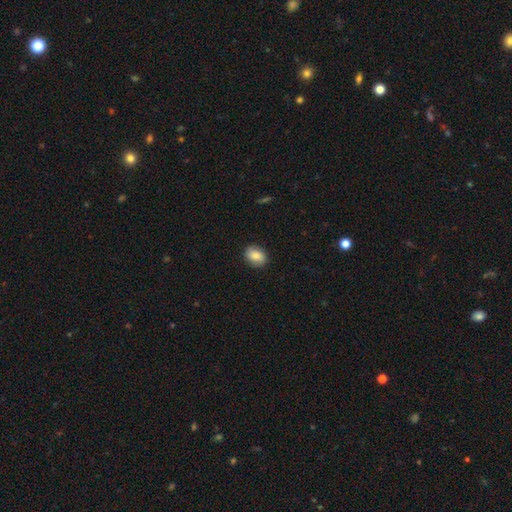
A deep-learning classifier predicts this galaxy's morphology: smooth_or_featured: smooth (p=0.81) [alt: featured or disk p=0.12]
how_rounded: in between (p=0.70) [alt: round p=0.29]
merging: none (p=0.86) [alt: minor disturbance p=0.10]